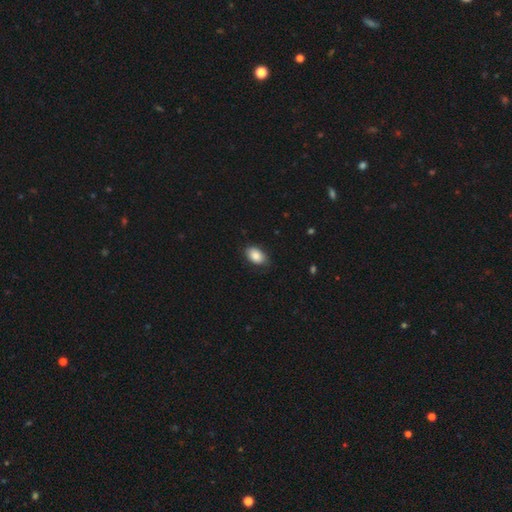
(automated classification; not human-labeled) Smooth or featured? Predicted: smooth (p=0.87). How rounded? Predicted: in between (p=0.89). Merging? Predicted: none (p=0.80).